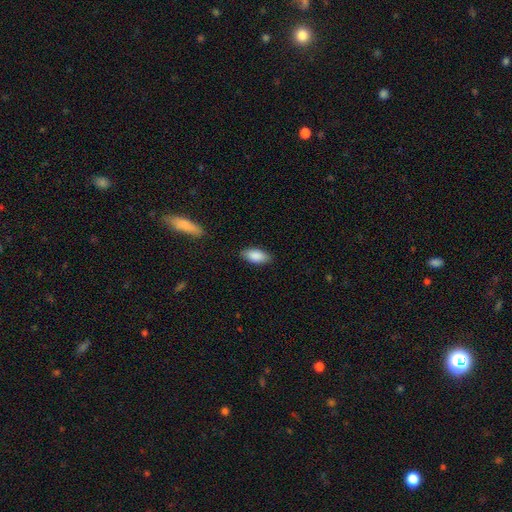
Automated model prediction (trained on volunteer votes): Smooth or featured?
  - smooth: 88% *
  - star or artifact: 6%
  - featured or disk: 6%
How rounded?
  - in between: 90% *
  - cigar-shaped: 7%
  - round: 3%
Merging?
  - none: 85% *
  - minor disturbance: 11%
  - major disturbance: 2%
  - merger: 1%